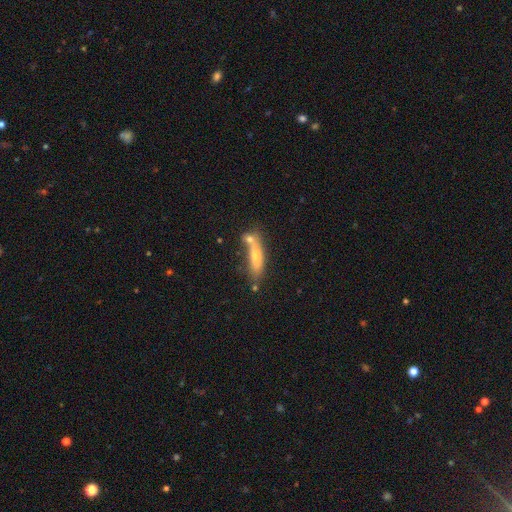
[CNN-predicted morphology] smooth_or_featured: smooth (p=0.59) [alt: featured or disk p=0.32]
how_rounded: cigar-shaped (p=0.64) [alt: in between p=0.33]
merging: none (p=0.47) [alt: merger p=0.30]